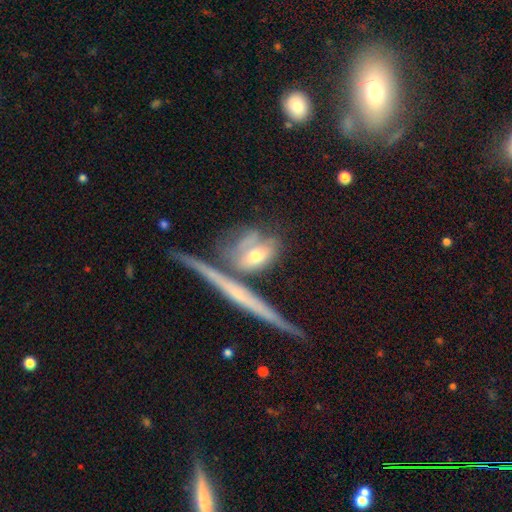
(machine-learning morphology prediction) This appears to be a smooth galaxy with no disk features (49%). Merging: none (51%).